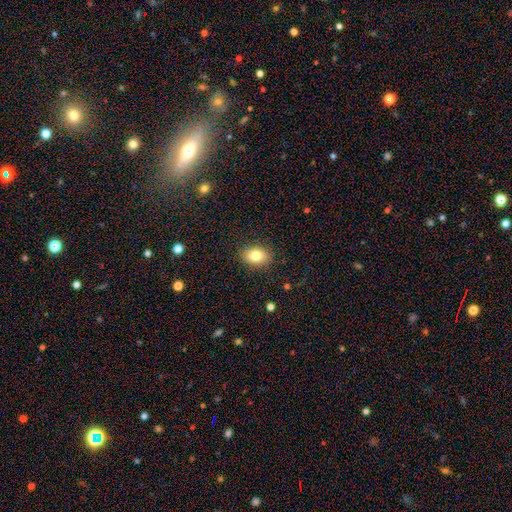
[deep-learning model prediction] smooth_or_featured: smooth (p=0.82) [alt: star or artifact p=0.09]
how_rounded: in between (p=0.73) [alt: round p=0.26]
merging: none (p=0.88) [alt: minor disturbance p=0.09]